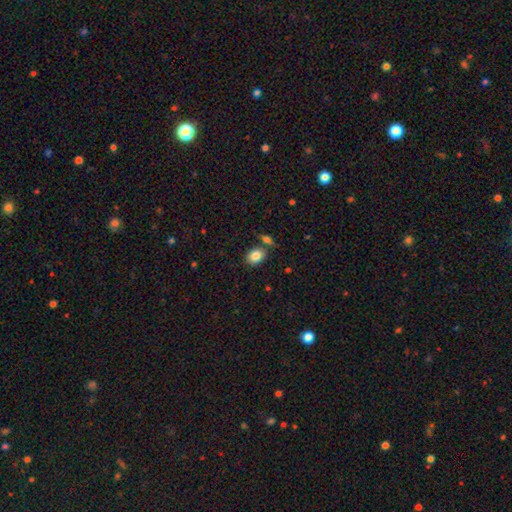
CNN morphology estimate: This is clearly a smooth galaxy (84%). How rounded: likely in between (68%). Merging: likely none (69%).